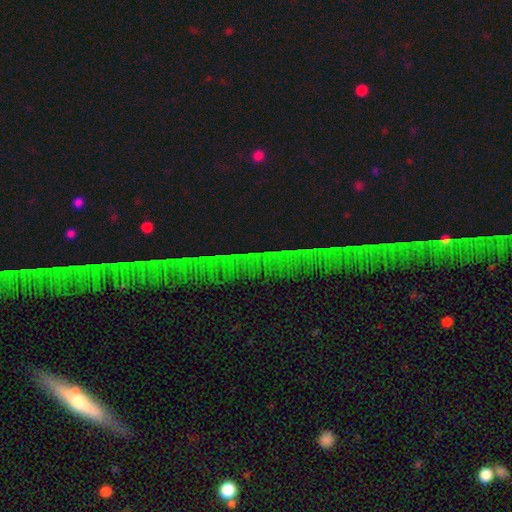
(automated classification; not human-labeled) This is likely a star or artifact rather than a galaxy (76%).